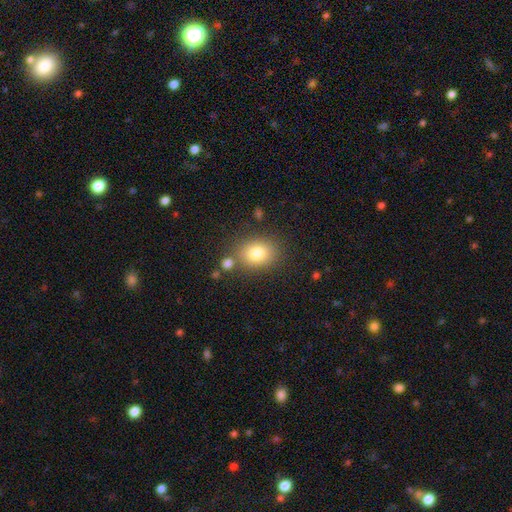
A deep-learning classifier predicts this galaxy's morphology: Smooth or featured? Predicted: smooth (p=0.81). How rounded? Predicted: in between (p=0.55). Merging? Predicted: none (p=0.74).